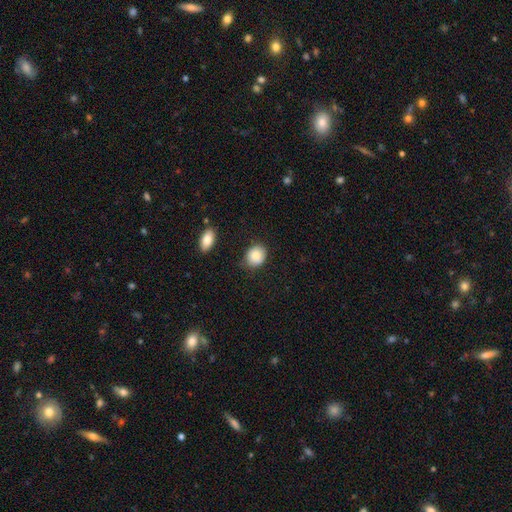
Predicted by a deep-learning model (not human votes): Smooth or featured: smooth — 85% (star or artifact — 8%)
How rounded: round — 59% (in between — 40%)
Merging: none — 77% (minor disturbance — 17%)